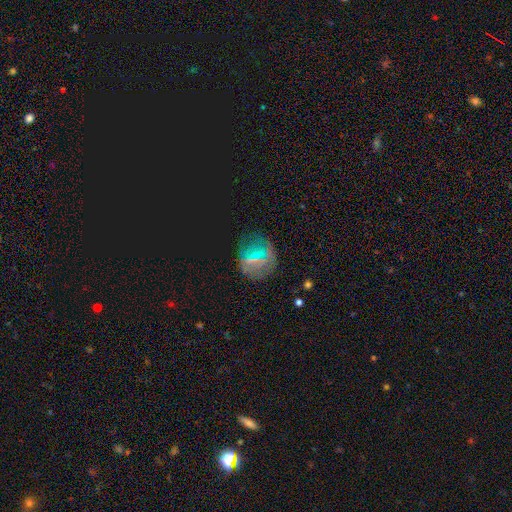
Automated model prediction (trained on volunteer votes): smooth-or-featured: star or artifact: 40% | smooth: 39% | featured or disk: 21%